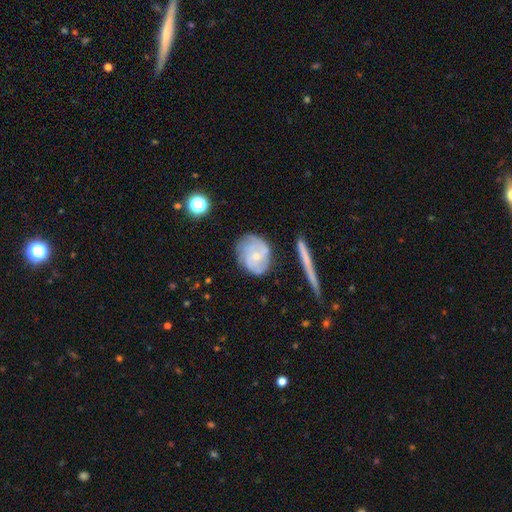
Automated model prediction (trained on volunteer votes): Morphology: type=featured or disk (61%); edge-on=no (96%); bar=no (69%); spiral arms=yes (80%); bulge=small (60%); merging=none (66%).